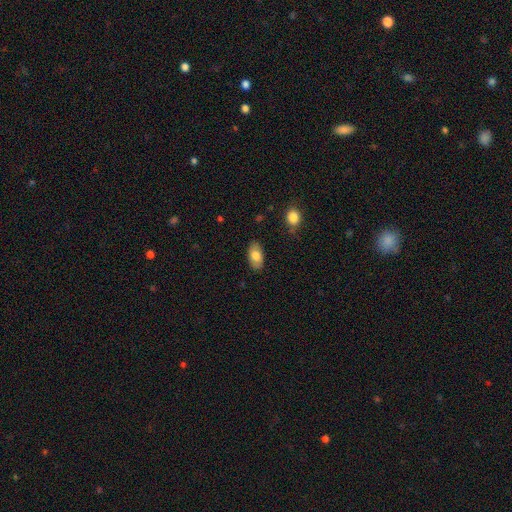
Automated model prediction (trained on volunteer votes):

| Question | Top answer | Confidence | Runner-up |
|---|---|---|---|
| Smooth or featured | smooth | 79% | featured or disk (14%) |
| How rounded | in between | 93% | round (4%) |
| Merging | none | 84% | minor disturbance (12%) |